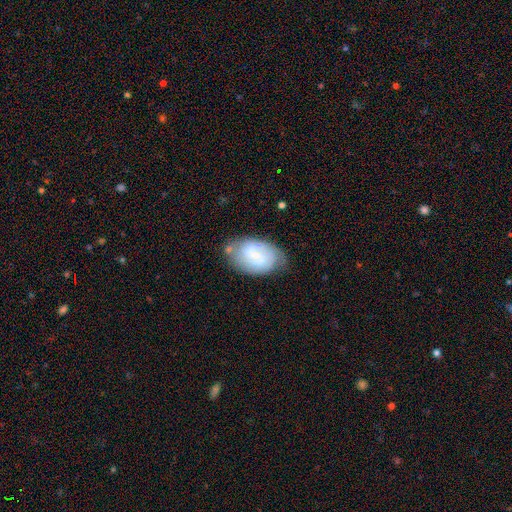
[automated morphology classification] A featured or disk galaxy (59%) with a weak bar (49%), spiral arms (79%) and a small central bulge (54%).

Vote fractions:
- Smooth or featured? featured or disk: 59% / smooth: 34% / star or artifact: 7%
- Edge-on disk? no: 97% / yes: 3%
- Bar? weak: 49% / no: 37% / strong: 14%
- Spiral arms? yes: 79% / no: 21%
- Bulge size? small: 54% / none: 22% / moderate: 20% / large: 3% / dominant: 1%
- Merging? none: 63% / minor disturbance: 24% / major disturbance: 8% / merger: 6%